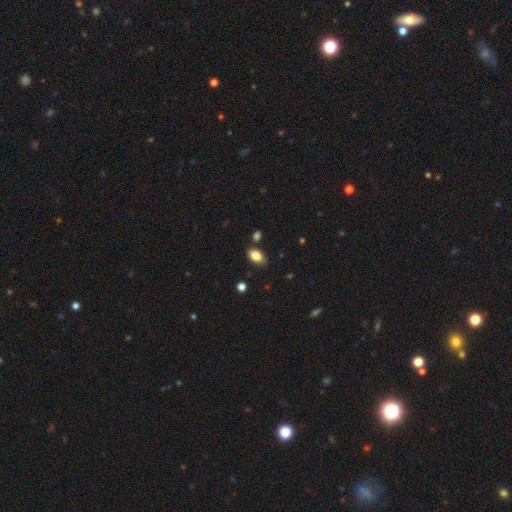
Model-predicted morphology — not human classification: A smooth galaxy with no disk features (83%) that is in between round and cigar-shaped (91%). Merging: none (81%).